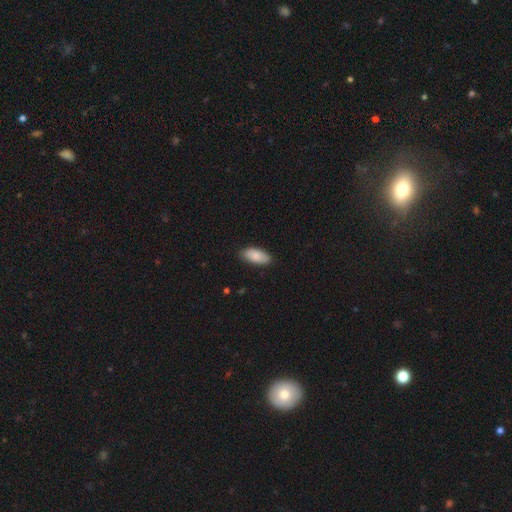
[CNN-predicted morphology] Smooth or featured: smooth — 87% (featured or disk — 7%)
How rounded: in between — 89% (cigar-shaped — 9%)
Merging: none — 85% (minor disturbance — 12%)